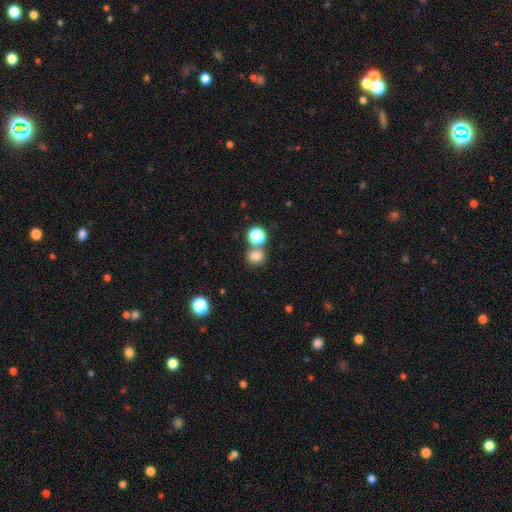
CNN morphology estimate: type=smooth (79%); roundness=round (75%); merging=none (65%).